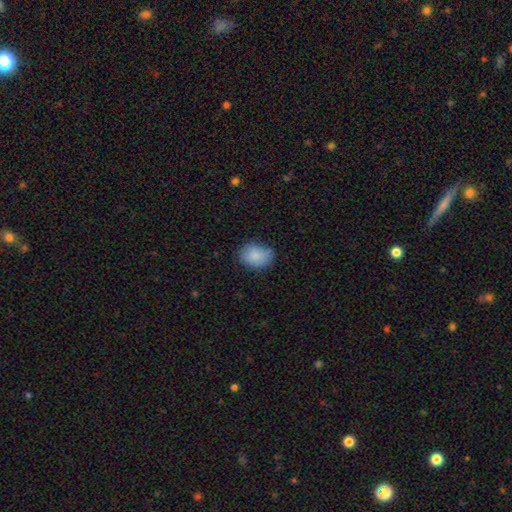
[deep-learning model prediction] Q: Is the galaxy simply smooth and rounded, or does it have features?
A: smooth — 85%.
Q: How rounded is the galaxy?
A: in between — 67%.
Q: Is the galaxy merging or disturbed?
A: none — 67%.